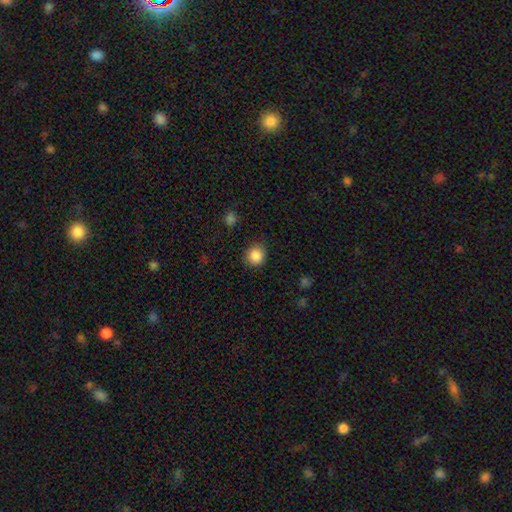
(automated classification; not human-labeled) This is clearly a smooth galaxy (87%). How rounded: clearly round (89%). Merging: clearly none (82%).